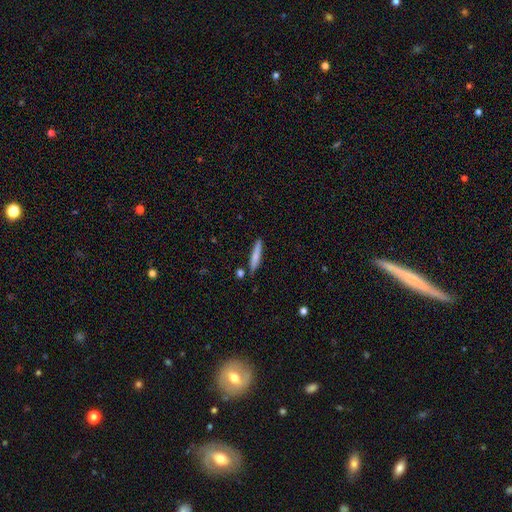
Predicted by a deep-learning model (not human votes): Smooth or featured? Predicted: smooth (p=0.74). How rounded? Predicted: cigar-shaped (p=0.91). Merging? Predicted: none (p=0.82).